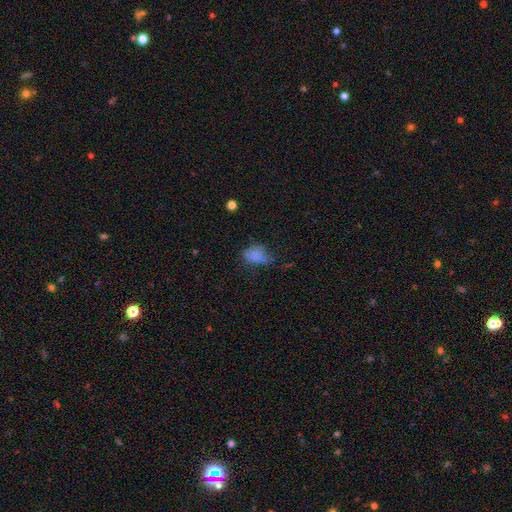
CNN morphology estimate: smooth-or-featured: smooth: 72% | star or artifact: 14% | featured or disk: 13%
  how-rounded: in between: 69% | round: 30% | cigar-shaped: 2%
  merging: none: 43% | minor disturbance: 30% | major disturbance: 19% | merger: 7%